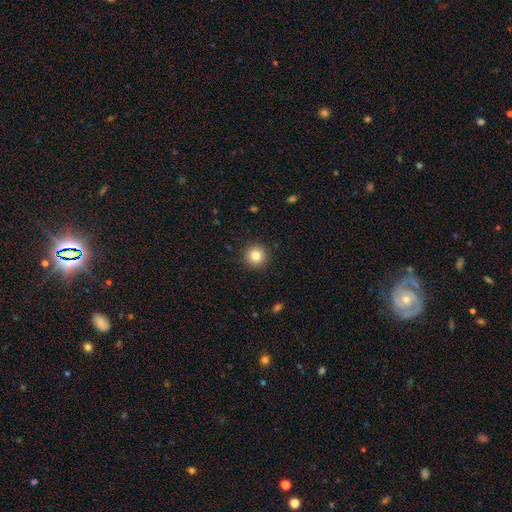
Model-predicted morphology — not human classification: This is clearly a smooth galaxy (84%). How rounded: clearly round (95%). Merging: clearly none (91%).